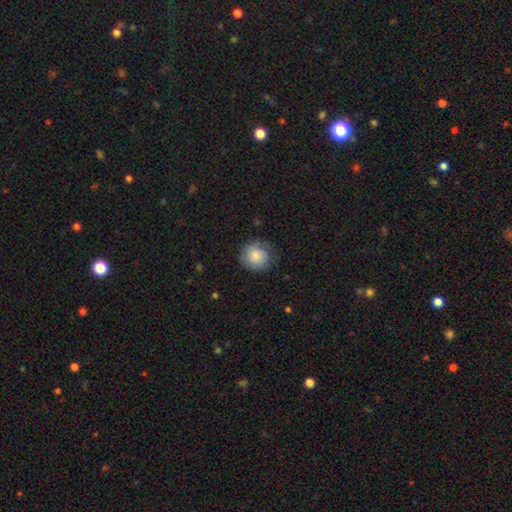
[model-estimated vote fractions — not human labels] smooth-or-featured: smooth: 80% | featured or disk: 12% | star or artifact: 7%
  how-rounded: round: 89% | in between: 10% | cigar-shaped: 1%
  merging: none: 75% | minor disturbance: 18% | major disturbance: 6% | merger: 1%